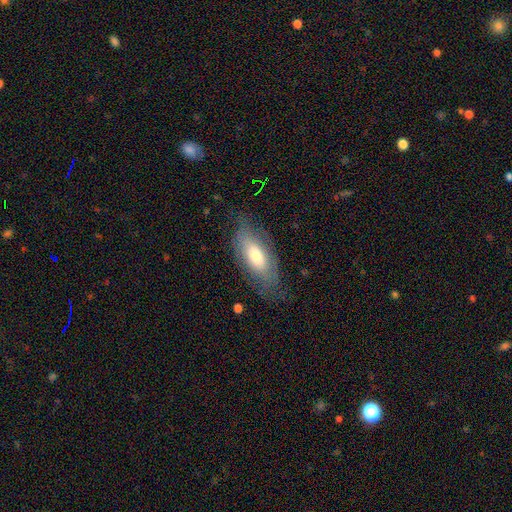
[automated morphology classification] Smooth or featured? Predicted: smooth (p=0.62). How rounded? Predicted: in between (p=0.83). Merging? Predicted: none (p=0.69).